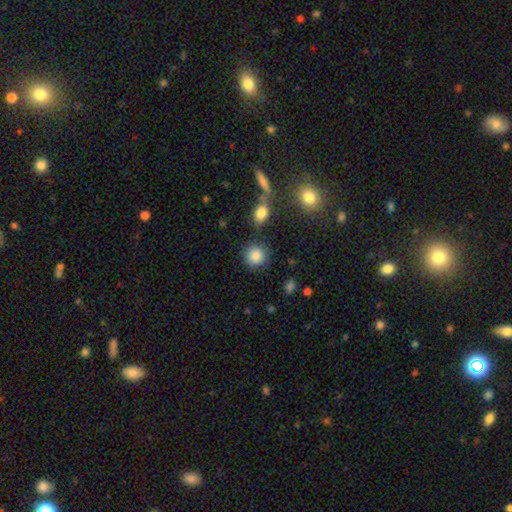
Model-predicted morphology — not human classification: smooth 86%, star or artifact 9%, featured or disk 5%. Down the decision tree: how rounded — round (88%); merging — none (81%).